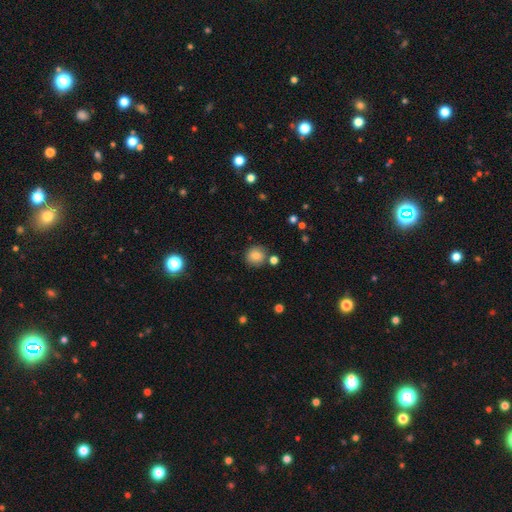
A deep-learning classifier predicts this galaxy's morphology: Smooth or featured: smooth — 82% (star or artifact — 10%)
How rounded: round — 88% (in between — 11%)
Merging: none — 79% (minor disturbance — 11%)